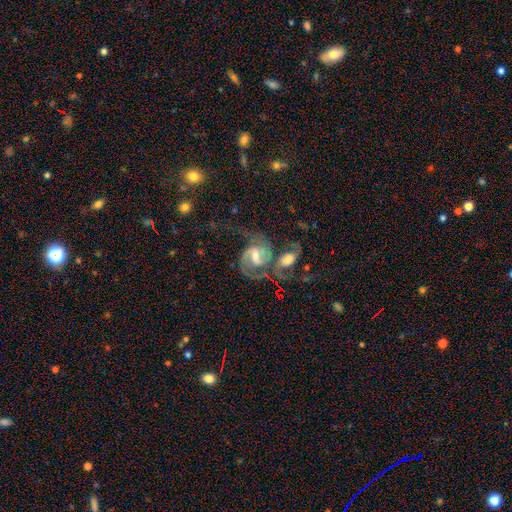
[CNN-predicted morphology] Q: Smooth or featured?
A: featured or disk (86%); runner-up: smooth (8%)
Q: Edge-on disk?
A: no (97%); runner-up: yes (3%)
Q: Bar?
A: weak (52%); runner-up: strong (29%)
Q: Spiral arms?
A: yes (96%); runner-up: no (4%)
Q: Spiral winding?
A: medium (53%); runner-up: loose (25%)
Q: Spiral arm count?
A: 2 (85%); runner-up: can't tell (5%)
Q: Bulge size?
A: moderate (55%); runner-up: small (30%)
Q: Merging?
A: merger (50%); runner-up: none (26%)